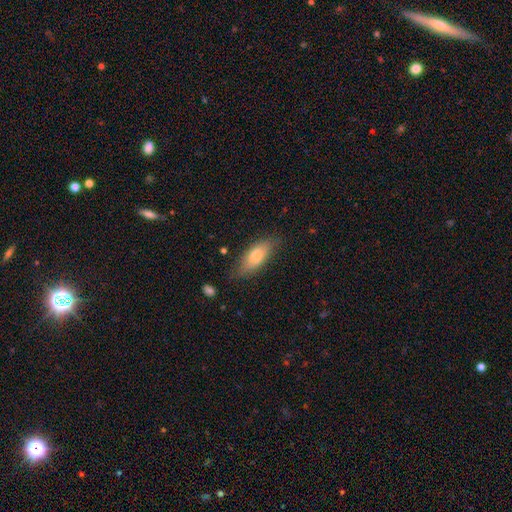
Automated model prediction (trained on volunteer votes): Smooth or featured?
  - smooth: 72% *
  - featured or disk: 21%
  - star or artifact: 7%
How rounded?
  - in between: 73% *
  - cigar-shaped: 25%
  - round: 3%
Merging?
  - none: 75% *
  - minor disturbance: 19%
  - major disturbance: 4%
  - merger: 2%